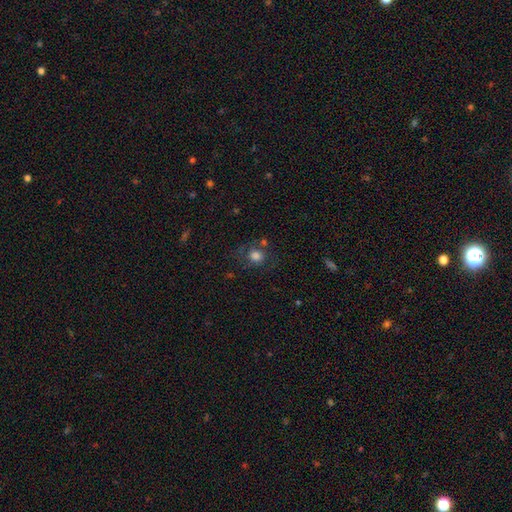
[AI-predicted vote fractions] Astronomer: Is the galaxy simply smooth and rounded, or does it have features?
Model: smooth — 75%.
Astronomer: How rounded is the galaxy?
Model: round — 80%.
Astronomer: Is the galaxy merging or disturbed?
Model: none — 64%.